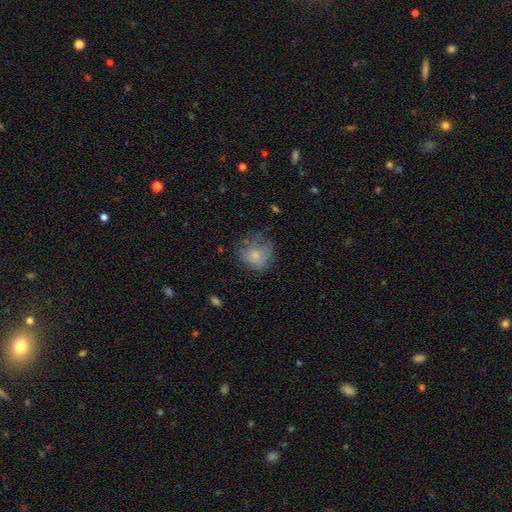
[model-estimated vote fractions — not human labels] This is likely a smooth galaxy (71%). How rounded: clearly round (80%). Merging: possibly none (54%).